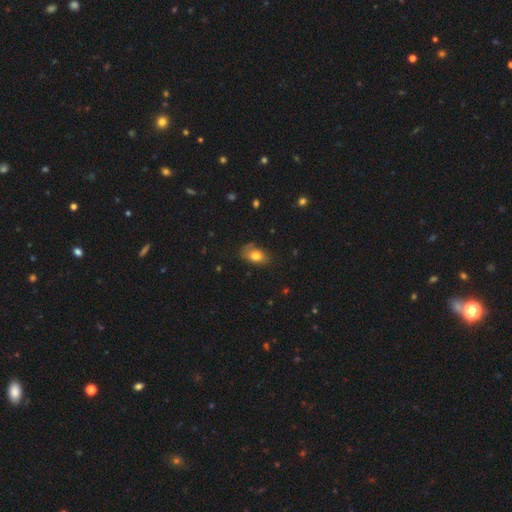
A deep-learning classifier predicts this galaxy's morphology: Smooth or featured?
  - smooth: 77% *
  - featured or disk: 14%
  - star or artifact: 9%
How rounded?
  - in between: 83% *
  - round: 15%
  - cigar-shaped: 2%
Merging?
  - none: 63% *
  - minor disturbance: 27%
  - major disturbance: 8%
  - merger: 2%